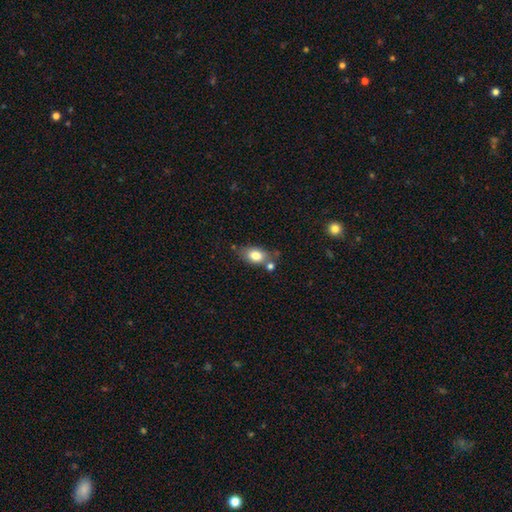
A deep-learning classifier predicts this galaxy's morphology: This is likely a smooth galaxy (79%). How rounded: likely in between (76%). Merging: possibly none (59%).